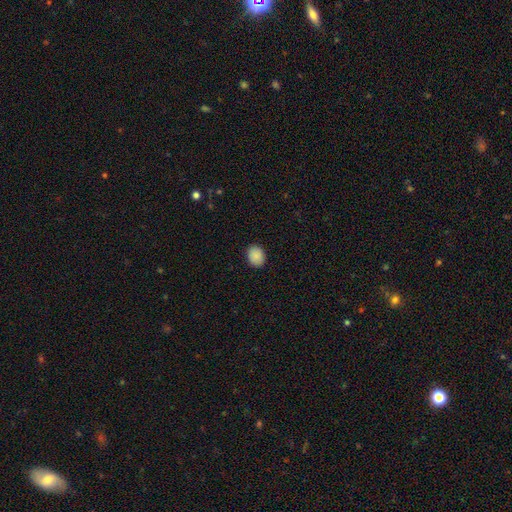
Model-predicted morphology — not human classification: This is clearly a smooth galaxy (89%). How rounded: possibly round (51%). Merging: clearly none (90%).